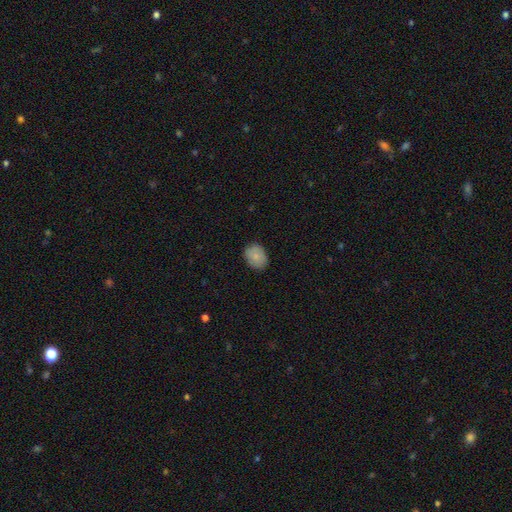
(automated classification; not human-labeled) smooth-or-featured: smooth: 81% | featured or disk: 12% | star or artifact: 7%
  how-rounded: in between: 59% | round: 40% | cigar-shaped: 1%
  merging: none: 84% | minor disturbance: 13% | major disturbance: 2% | merger: 1%